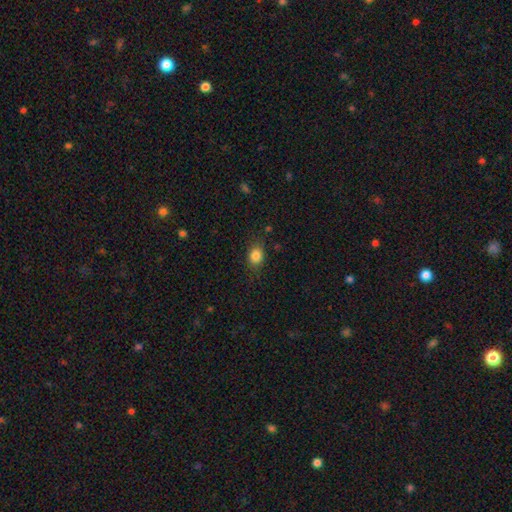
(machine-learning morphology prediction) type=smooth (84%); roundness=in between (55%); merging=none (79%).